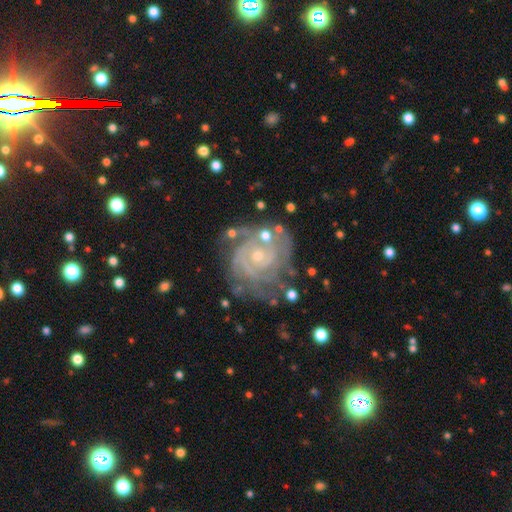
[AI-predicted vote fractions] Smooth or featured? Predicted: featured or disk (p=0.89). Edge-on disk? Predicted: no (p=0.98). Bar? Predicted: no (p=0.73). Spiral arms? Predicted: yes (p=0.97). Spiral winding? Predicted: tight (p=0.74). Spiral arm count? Predicted: 2 (p=0.30). Bulge size? Predicted: small (p=0.70). Merging? Predicted: none (p=0.67).